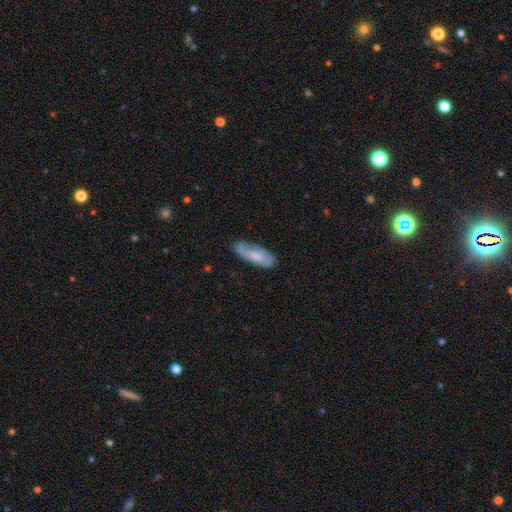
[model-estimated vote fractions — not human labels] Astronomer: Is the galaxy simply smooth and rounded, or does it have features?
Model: smooth — 51% (runner-up: featured or disk, 42%).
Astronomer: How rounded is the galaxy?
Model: in between — 68%.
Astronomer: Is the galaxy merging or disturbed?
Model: none — 69%.